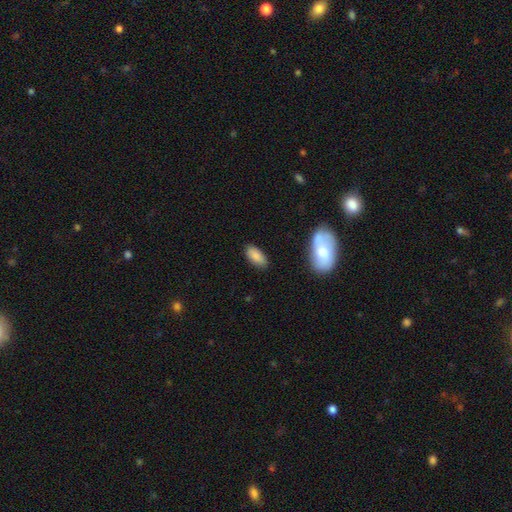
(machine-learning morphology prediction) Smooth or featured? Predicted: smooth (p=0.87). How rounded? Predicted: in between (p=0.90). Merging? Predicted: none (p=0.84).